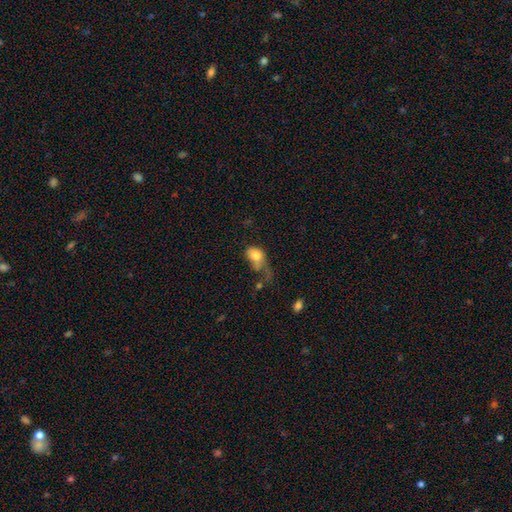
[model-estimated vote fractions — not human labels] Overall: smooth (74%). How rounded: in between (64%; round 34%). Merging: major disturbance (51%; minor disturbance 19%).